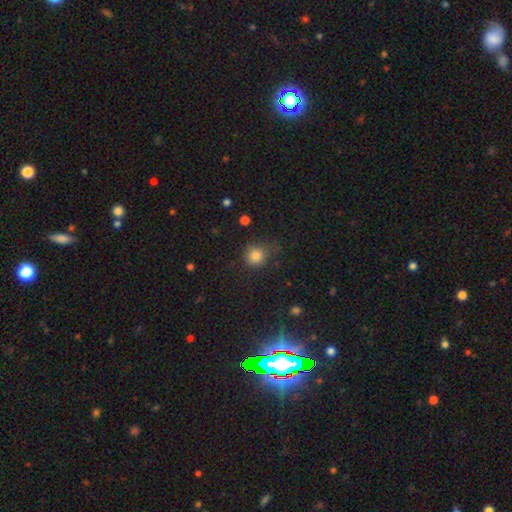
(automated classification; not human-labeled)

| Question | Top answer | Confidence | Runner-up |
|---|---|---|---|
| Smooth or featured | smooth | 81% | star or artifact (13%) |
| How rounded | round | 89% | in between (10%) |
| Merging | none | 72% | minor disturbance (19%) |